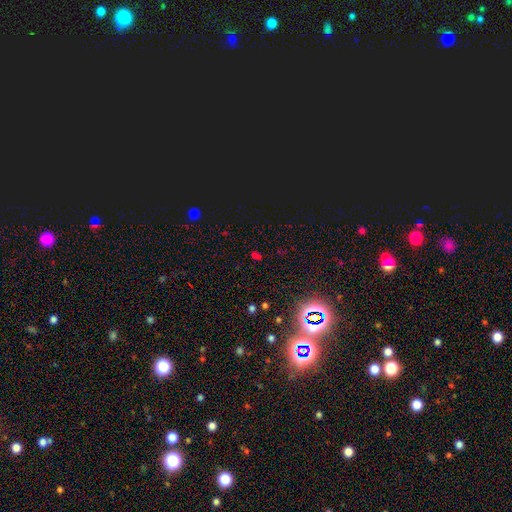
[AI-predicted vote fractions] star or artifact 61%, smooth 32%, featured or disk 7%.